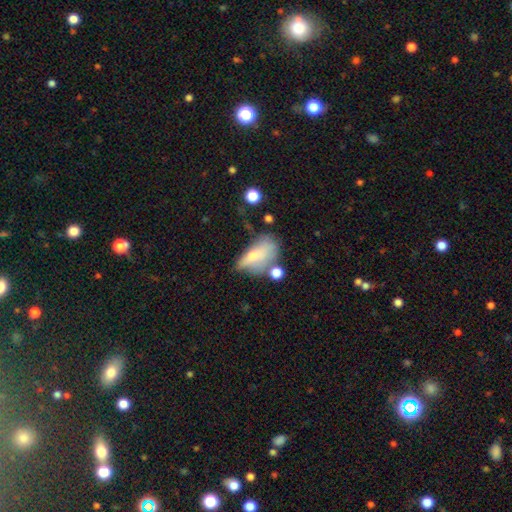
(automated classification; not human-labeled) Smooth or featured: smooth — 58% (featured or disk — 31%)
How rounded: in between — 81% (round — 10%)
Merging: none — 31% (minor disturbance — 26%)